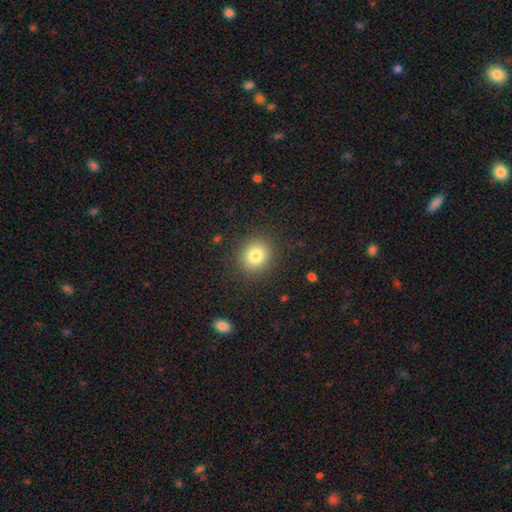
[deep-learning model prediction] Overall: smooth (80%). How rounded: round (85%). Merging: none (91%).